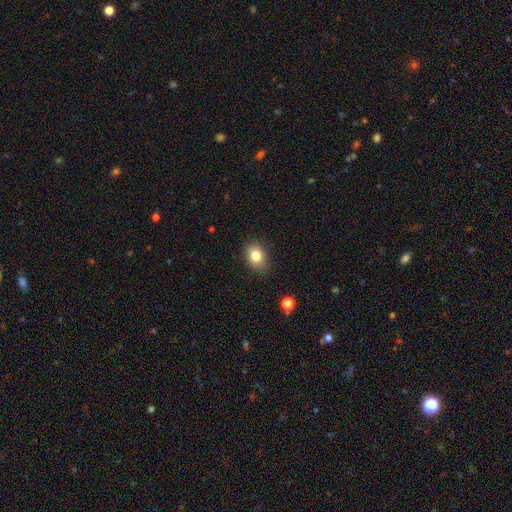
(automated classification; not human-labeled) Smooth or featured?
  - smooth: 81% *
  - star or artifact: 10%
  - featured or disk: 9%
How rounded?
  - in between: 67% *
  - round: 32%
  - cigar-shaped: 1%
Merging?
  - none: 85% *
  - minor disturbance: 11%
  - major disturbance: 3%
  - merger: 1%